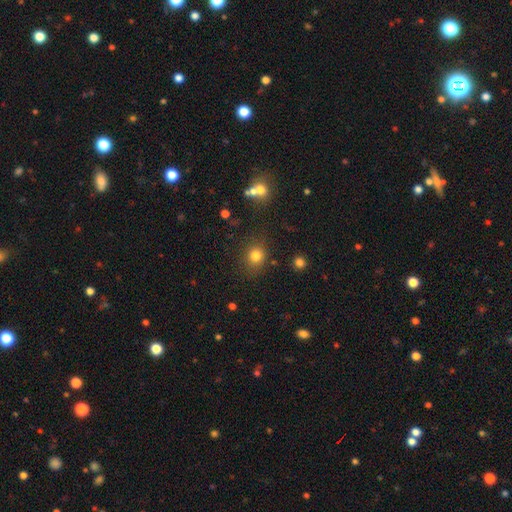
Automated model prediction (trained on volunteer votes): Smooth or featured: smooth — 80% (star or artifact — 14%)
How rounded: round — 78% (in between — 21%)
Merging: none — 82% (minor disturbance — 11%)